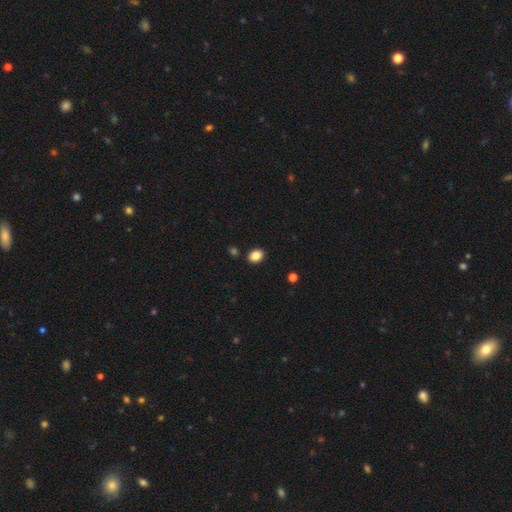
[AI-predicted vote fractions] Q: Smooth or featured?
A: smooth (86%); runner-up: star or artifact (9%)
Q: How rounded?
A: in between (67%); runner-up: round (32%)
Q: Merging?
A: none (87%); runner-up: minor disturbance (8%)